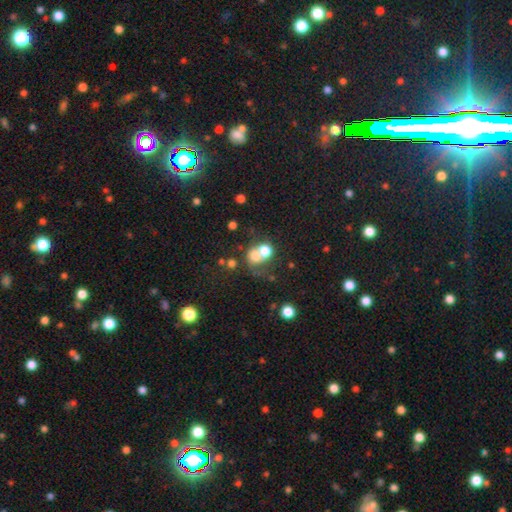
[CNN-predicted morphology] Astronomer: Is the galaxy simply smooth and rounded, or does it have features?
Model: smooth — 65%.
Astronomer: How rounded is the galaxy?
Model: round — 72%.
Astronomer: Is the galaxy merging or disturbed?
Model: merger — 54% (runner-up: none, 29%).